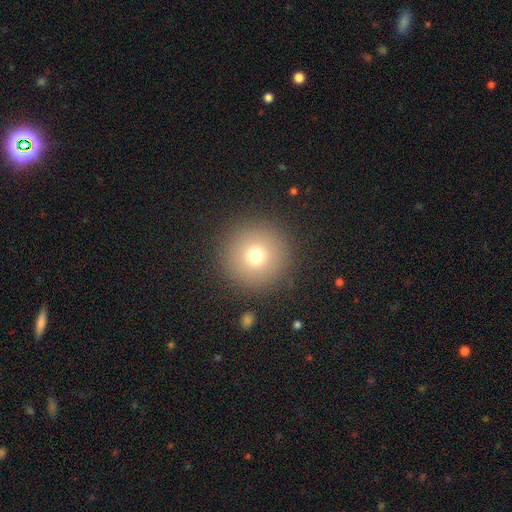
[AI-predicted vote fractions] A smooth galaxy with no disk features (73%) that is round (97%). Merging: none (90%).